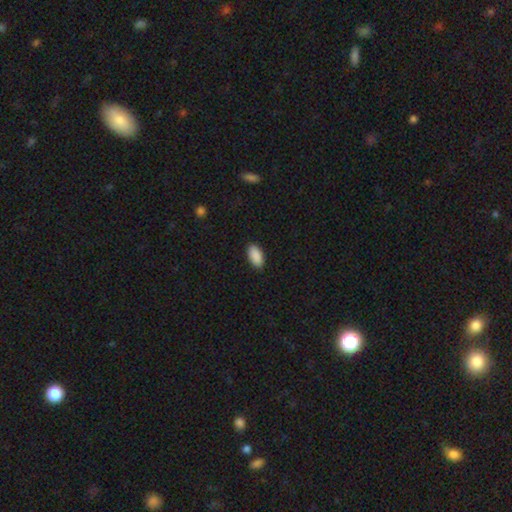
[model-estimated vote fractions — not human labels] Q: Smooth or featured?
A: smooth (91%); runner-up: star or artifact (6%)
Q: How rounded?
A: in between (95%); runner-up: round (3%)
Q: Merging?
A: none (89%); runner-up: minor disturbance (8%)